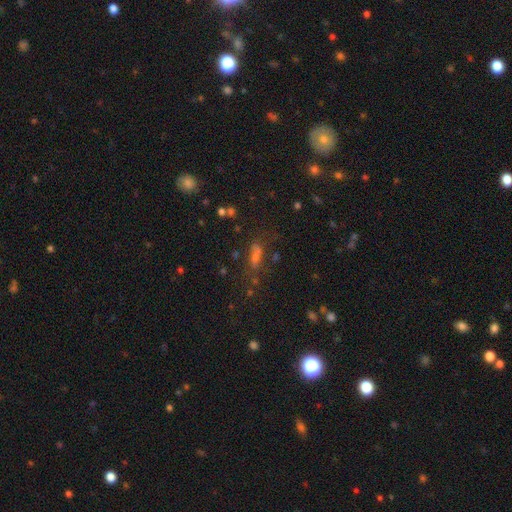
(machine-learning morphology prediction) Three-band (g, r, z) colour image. It shows a smooth galaxy with no disk features (48%). Merging: none (58%).